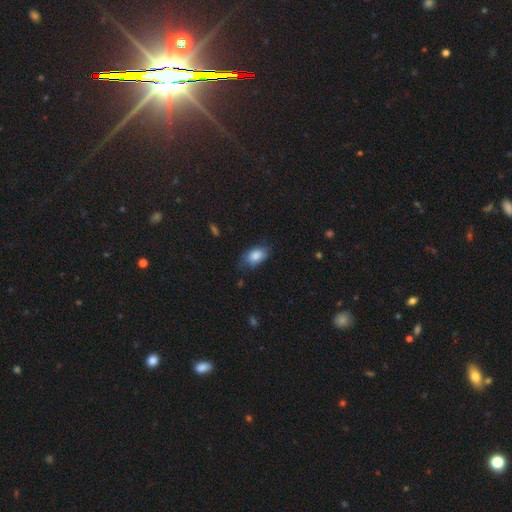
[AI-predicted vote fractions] smooth_or_featured: smooth (p=0.84) [alt: featured or disk p=0.09]
how_rounded: in between (p=0.89) [alt: round p=0.09]
merging: none (p=0.65) [alt: minor disturbance p=0.27]